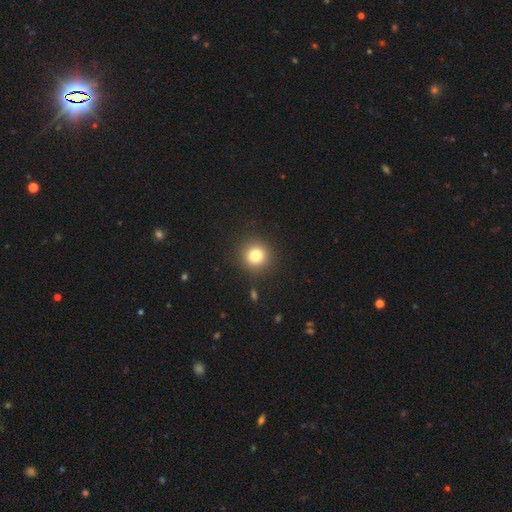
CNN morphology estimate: This appears to be a smooth galaxy with no disk features (80%) that is round (93%). Merging: none (91%).